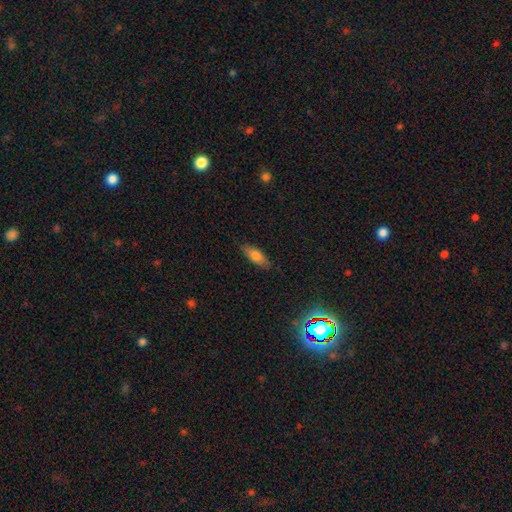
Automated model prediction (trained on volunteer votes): Smooth or featured? smooth (74%)
How rounded? in between (68%)
Merging? none (84%)